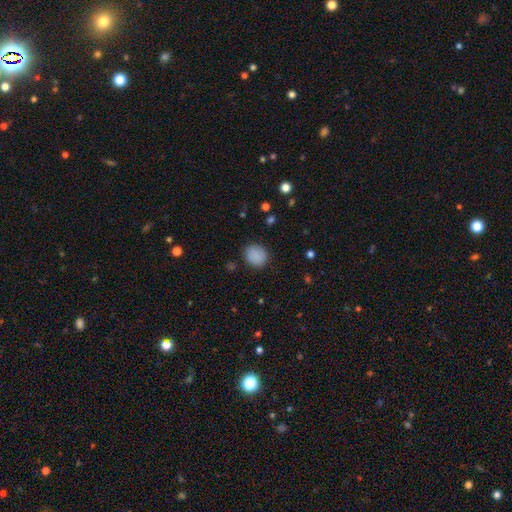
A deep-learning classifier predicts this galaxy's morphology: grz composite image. It shows a smooth galaxy with no disk features (87%) that is round (79%). Merging: none (85%).